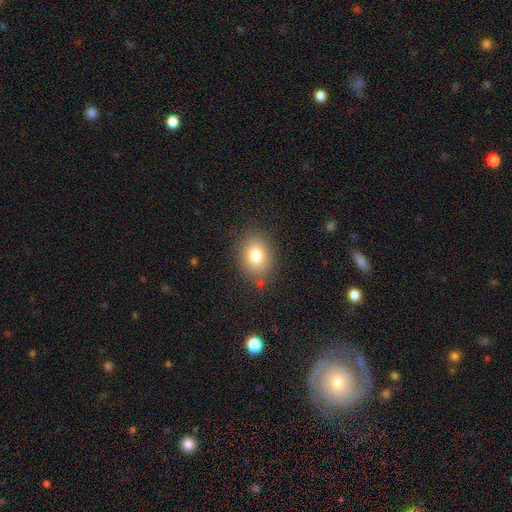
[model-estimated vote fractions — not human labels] Morphology: type=smooth (79%); roundness=in between (58%); merging=none (82%).